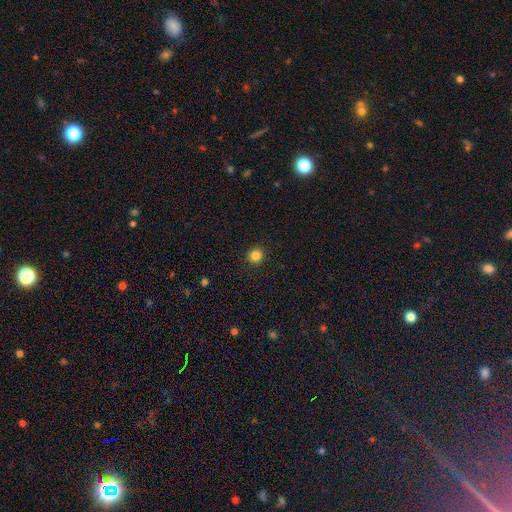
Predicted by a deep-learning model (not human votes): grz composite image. It shows a smooth galaxy with no disk features (84%) that is round (92%). Merging: none (92%).